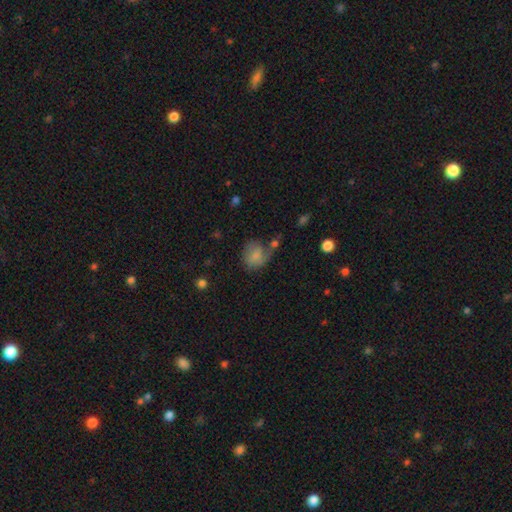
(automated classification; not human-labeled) Smooth or featured?
  - smooth: 68% *
  - featured or disk: 22%
  - star or artifact: 9%
How rounded?
  - round: 62% *
  - in between: 37%
  - cigar-shaped: 1%
Merging?
  - none: 46% *
  - minor disturbance: 26%
  - major disturbance: 18%
  - merger: 11%